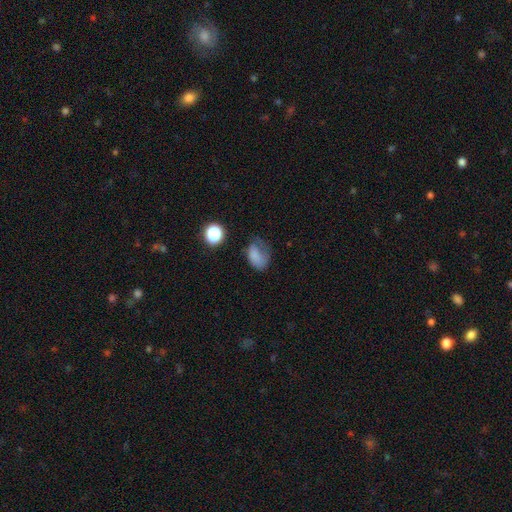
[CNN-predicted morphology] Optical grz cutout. It shows a smooth galaxy with no disk features (71%) that is in between round and cigar-shaped (77%). Merging: major disturbance (34%).